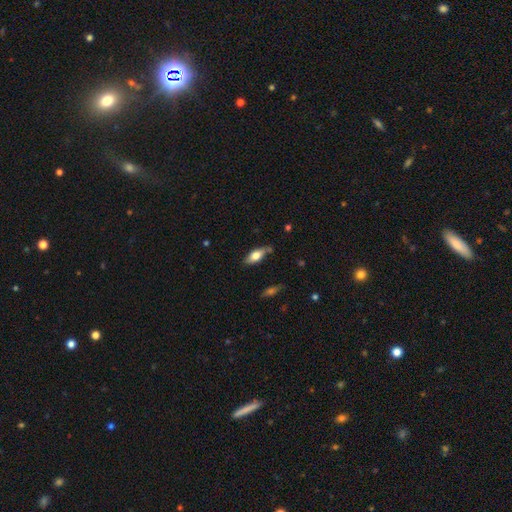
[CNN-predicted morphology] Q: Smooth or featured?
A: smooth (67%); runner-up: featured or disk (26%)
Q: How rounded?
A: in between (76%); runner-up: cigar-shaped (21%)
Q: Merging?
A: none (69%); runner-up: minor disturbance (23%)